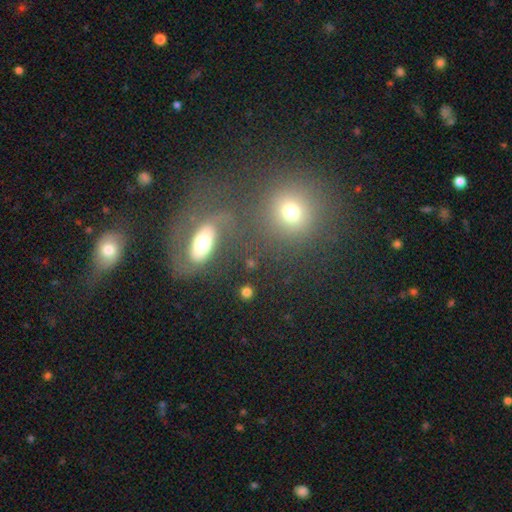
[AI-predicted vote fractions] This is possibly a smooth galaxy (46%). Merging: possibly none (50%).